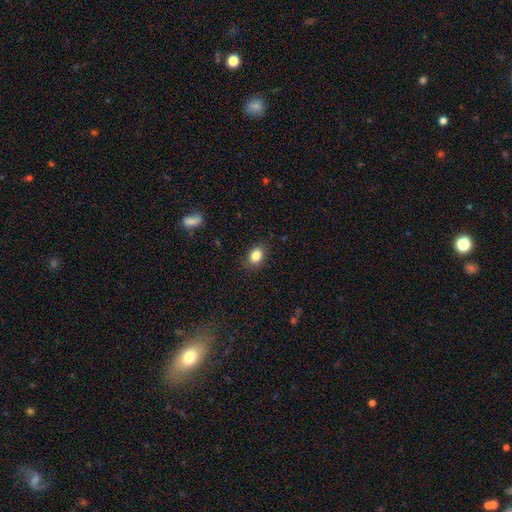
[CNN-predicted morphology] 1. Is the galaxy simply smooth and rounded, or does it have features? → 84% smooth, 9% star or artifact, 6% featured or disk.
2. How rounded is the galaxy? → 71% in between, 28% round, 1% cigar-shaped.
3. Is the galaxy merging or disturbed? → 85% none, 12% minor disturbance, 3% major disturbance, 1% merger.